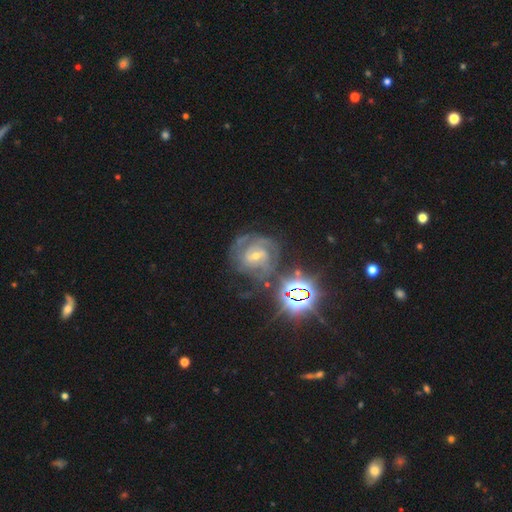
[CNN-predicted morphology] Smooth or featured: featured or disk — 72% (star or artifact — 20%)
Edge-on disk: no — 97% (yes — 3%)
Bar: weak — 45% (no — 36%)
Spiral arms: yes — 94% (no — 6%)
Spiral winding: tight — 59% (medium — 34%)
Spiral arm count: can't tell — 30% (3 — 27%)
Bulge size: small — 62% (moderate — 34%)
Merging: none — 64% (minor disturbance — 19%)